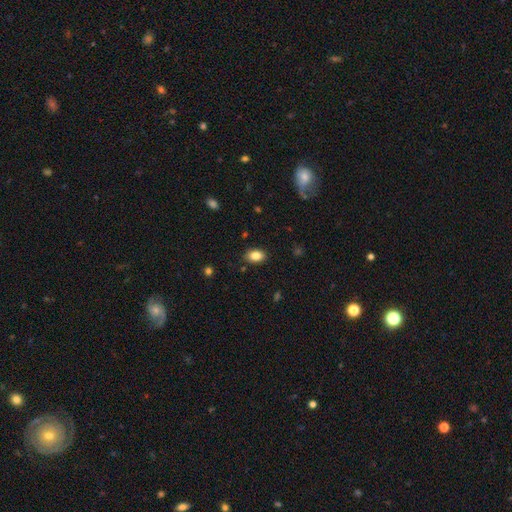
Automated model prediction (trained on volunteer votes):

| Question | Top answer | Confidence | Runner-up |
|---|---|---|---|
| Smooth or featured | smooth | 85% | star or artifact (9%) |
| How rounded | in between | 85% | round (14%) |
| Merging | none | 87% | minor disturbance (10%) |